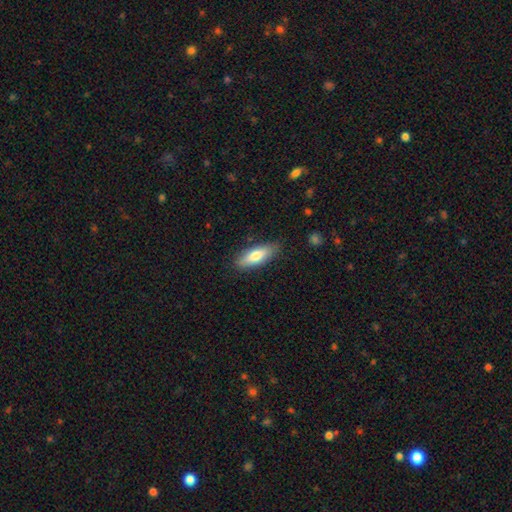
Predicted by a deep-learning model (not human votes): Smooth or featured: smooth — 74% (featured or disk — 20%)
How rounded: in between — 62% (cigar-shaped — 36%)
Merging: none — 83% (minor disturbance — 13%)